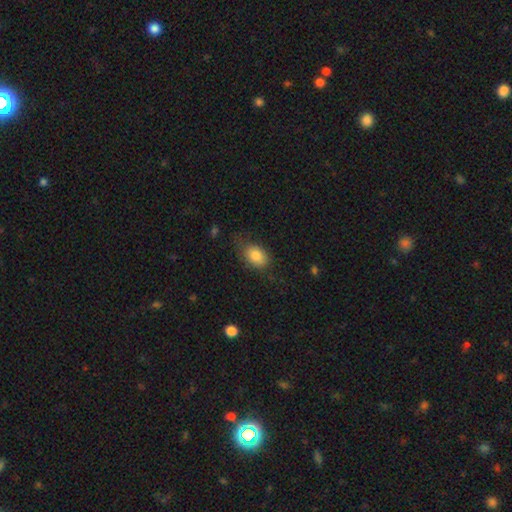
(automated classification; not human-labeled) The model was most divided on "merging": none: 66%, minor disturbance: 24%, major disturbance: 8%, merger: 2%. More confident: smooth or featured — smooth (83%); how rounded — in between (80%).